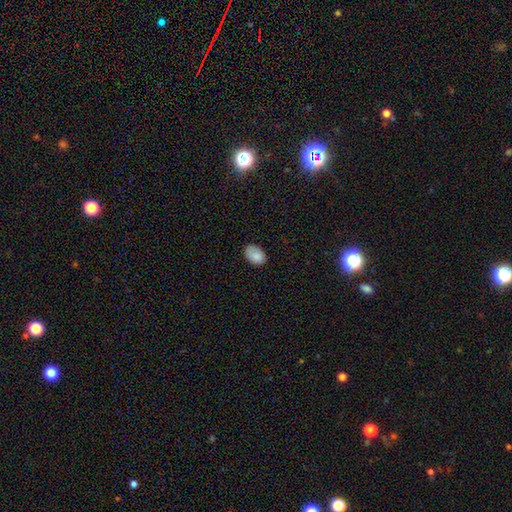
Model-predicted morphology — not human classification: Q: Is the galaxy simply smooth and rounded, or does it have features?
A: smooth — 86%.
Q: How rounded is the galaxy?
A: in between — 83%.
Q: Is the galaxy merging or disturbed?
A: none — 72%.